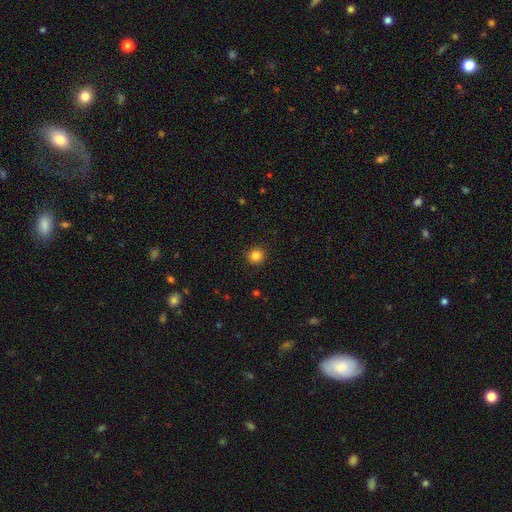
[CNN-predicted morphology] A smooth galaxy with no disk features (84%) that is round (91%).

Vote fractions:
- Smooth or featured? smooth: 84% / star or artifact: 12% / featured or disk: 5%
- How rounded? round: 91% / in between: 8% / cigar-shaped: 1%
- Merging? none: 92% / minor disturbance: 5% / major disturbance: 2% / merger: 1%